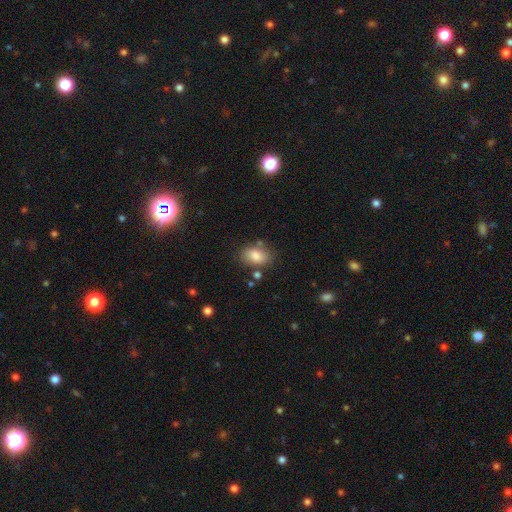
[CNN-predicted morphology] A smooth galaxy with no disk features (83%) that is in between round and cigar-shaped (83%).

Vote fractions:
- Smooth or featured? smooth: 83% / star or artifact: 9% / featured or disk: 8%
- How rounded? in between: 83% / round: 16% / cigar-shaped: 1%
- Merging? none: 72% / minor disturbance: 17% / merger: 7% / major disturbance: 5%